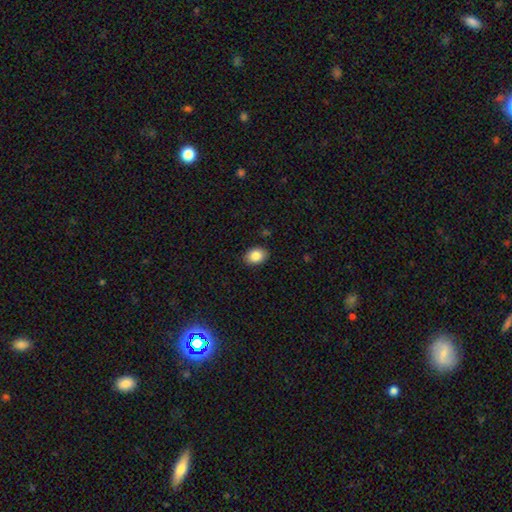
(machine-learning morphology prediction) Smooth or featured? smooth (86%)
How rounded? in between (69%)
Merging? none (88%)